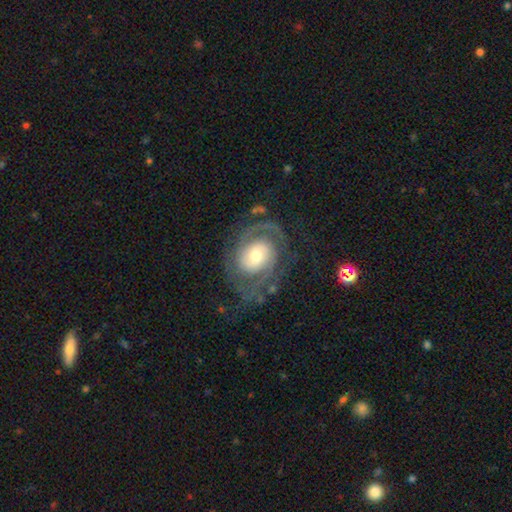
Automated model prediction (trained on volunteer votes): featured or disk 85%, smooth 9%, star or artifact 5%. Down the decision tree: edge-on disk — no (98%); bar — no (64%); spiral arms — yes (95%); spiral arm count — 2 (71%); spiral winding — tight (53%); bulge size — moderate (54%); merging — none (70%).